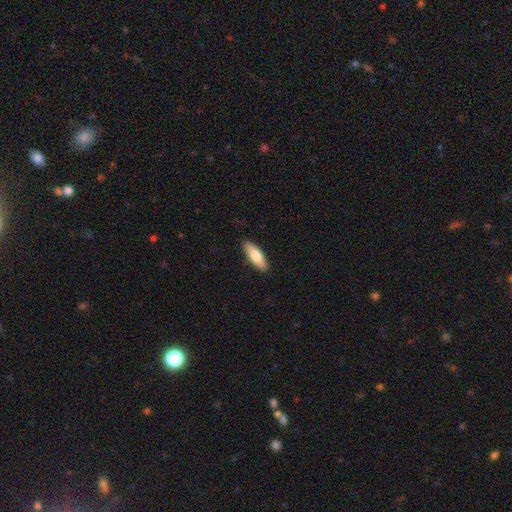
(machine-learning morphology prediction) type=smooth (74%); roundness=in between (55%); merging=none (89%).